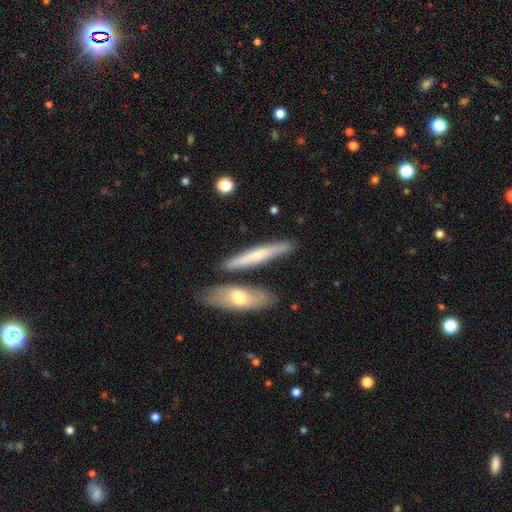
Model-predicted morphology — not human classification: Overall: smooth (53%; featured or disk 42%). How rounded: cigar-shaped (88%). Merging: none (78%).